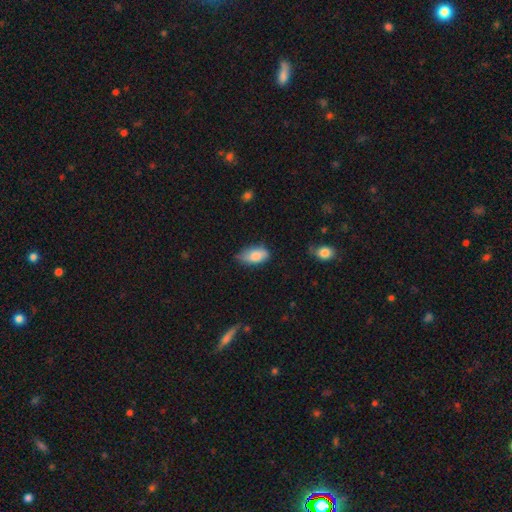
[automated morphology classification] Smooth or featured? smooth (81%)
How rounded? in between (92%)
Merging? none (56%)